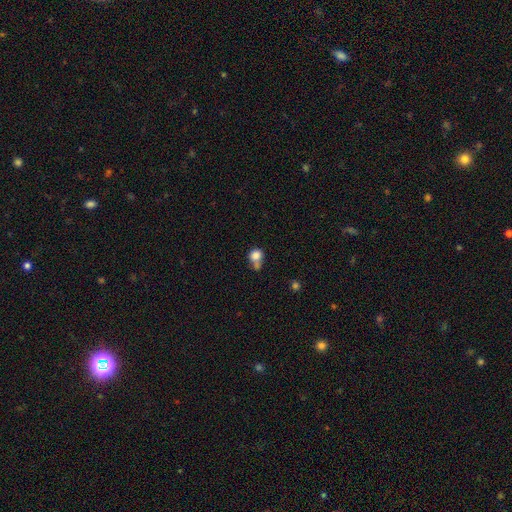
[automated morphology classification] A smooth galaxy with no disk features (81%) that is round (76%).

Vote fractions:
- Smooth or featured? smooth: 81% / star or artifact: 10% / featured or disk: 9%
- How rounded? round: 76% / in between: 23% / cigar-shaped: 1%
- Merging? none: 40% / merger: 33% / minor disturbance: 18% / major disturbance: 9%